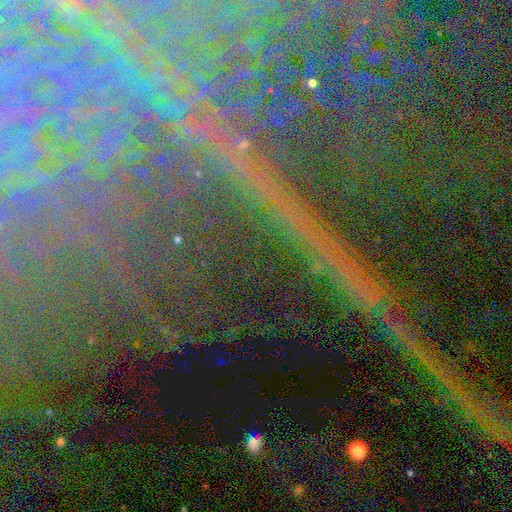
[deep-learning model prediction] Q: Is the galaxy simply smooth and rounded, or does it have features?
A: star or artifact — 78%.